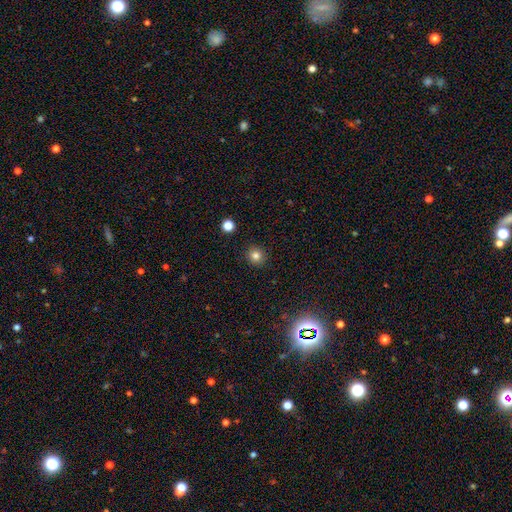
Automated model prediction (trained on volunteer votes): smooth_or_featured: smooth (p=0.81) [alt: star or artifact p=0.13]
how_rounded: round (p=0.90) [alt: in between p=0.09]
merging: none (p=0.91) [alt: minor disturbance p=0.05]